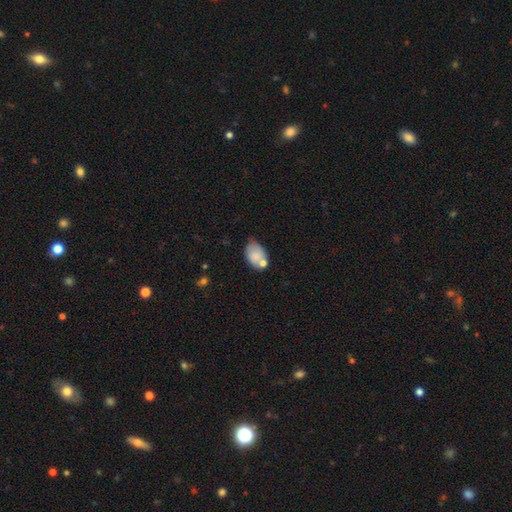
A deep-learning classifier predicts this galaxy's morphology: Smooth or featured? Predicted: smooth (p=0.78). How rounded? Predicted: in between (p=0.83). Merging? Predicted: none (p=0.51).